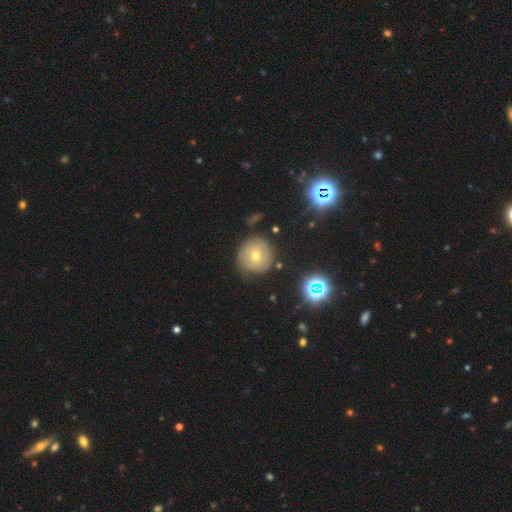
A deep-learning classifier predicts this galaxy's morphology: Q: Smooth or featured?
A: smooth (48%); runner-up: featured or disk (35%)
Q: Merging?
A: none (80%); runner-up: minor disturbance (14%)